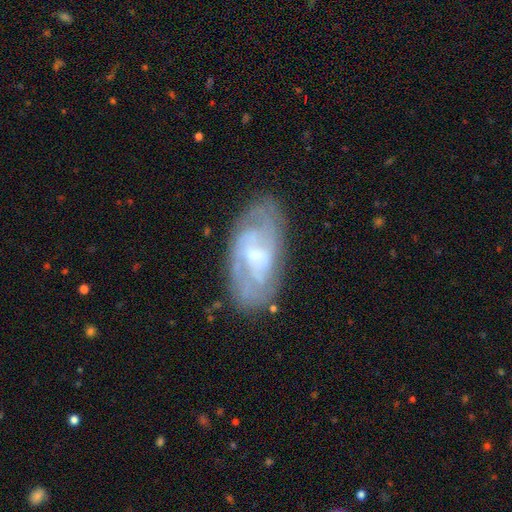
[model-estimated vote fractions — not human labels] Smooth or featured? Predicted: featured or disk (p=0.75). Edge-on disk? Predicted: no (p=0.94). Bar? Predicted: weak (p=0.51). Spiral arms? Predicted: yes (p=0.85). Spiral winding? Predicted: tight (p=0.49). Spiral arm count? Predicted: can't tell (p=0.40). Bulge size? Predicted: small (p=0.45). Merging? Predicted: none (p=0.75).